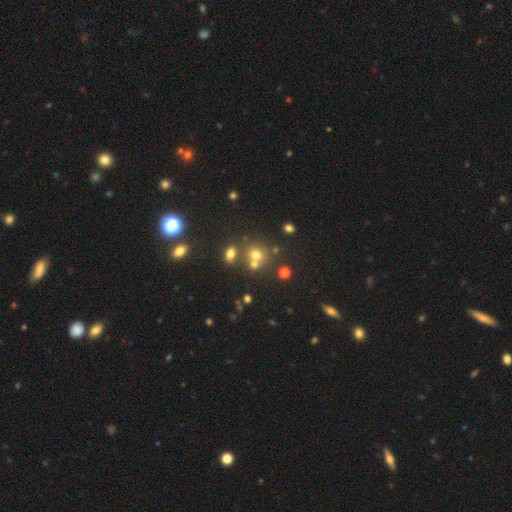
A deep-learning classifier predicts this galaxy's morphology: Smooth or featured? Predicted: smooth (p=0.61). How rounded? Predicted: round (p=0.74). Merging? Predicted: none (p=0.52).